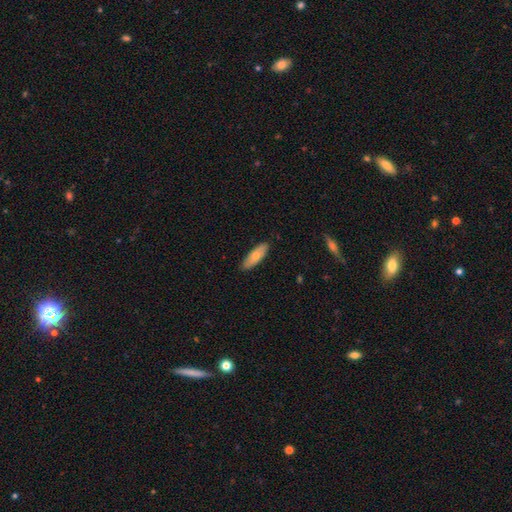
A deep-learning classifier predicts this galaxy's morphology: A smooth galaxy with no disk features (67%) that is in between round and cigar-shaped (60%). Merging: none (87%).